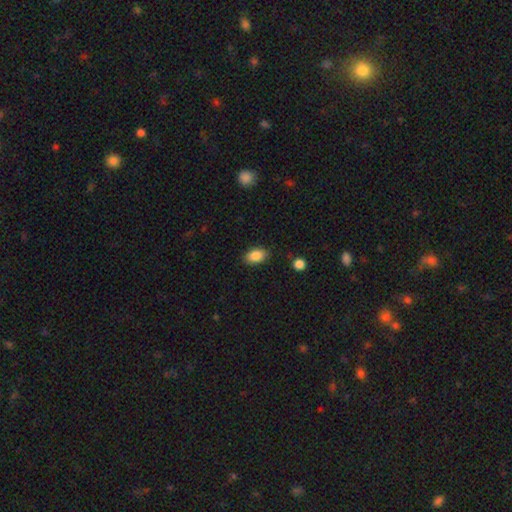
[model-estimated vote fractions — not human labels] A smooth galaxy with no disk features (87%) that is in between round and cigar-shaped (89%).

Vote fractions:
- Smooth or featured? smooth: 87% / star or artifact: 8% / featured or disk: 5%
- How rounded? in between: 89% / round: 9% / cigar-shaped: 2%
- Merging? none: 86% / minor disturbance: 10% / major disturbance: 2% / merger: 1%